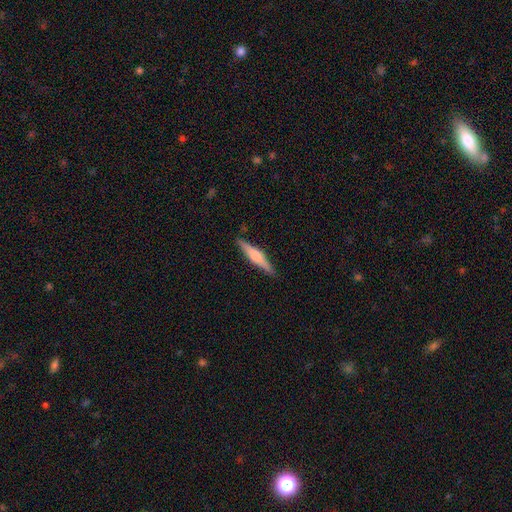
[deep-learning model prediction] Smooth or featured? featured or disk (54%)
Edge-on disk? yes (97%)
Edge-on bulge? rounded (80%)
Merging? none (89%)